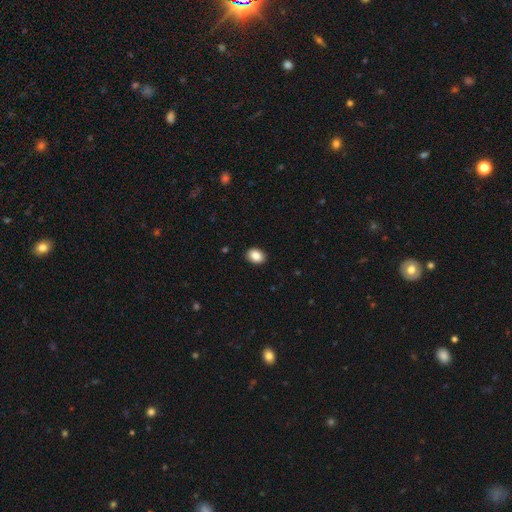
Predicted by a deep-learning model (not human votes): smooth_or_featured: smooth (p=0.87) [alt: star or artifact p=0.08]
how_rounded: in between (p=0.70) [alt: round p=0.29]
merging: none (p=0.91) [alt: minor disturbance p=0.06]